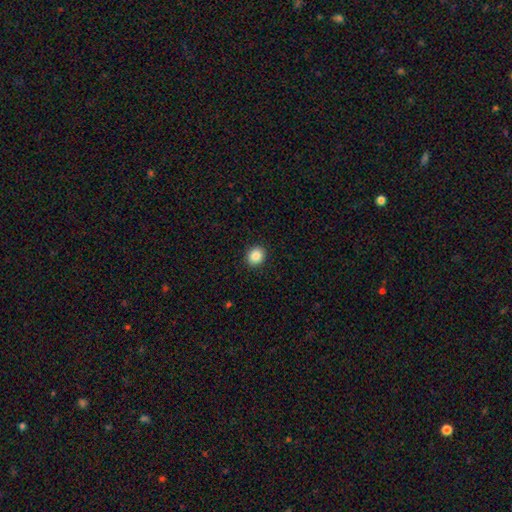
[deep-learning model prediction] A smooth galaxy with no disk features (86%) that is round (73%). Merging: none (91%).